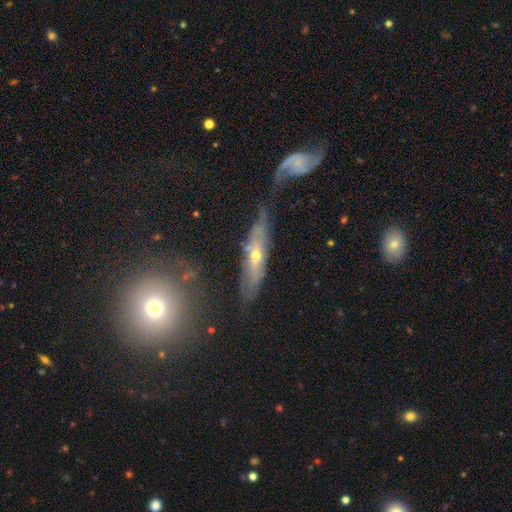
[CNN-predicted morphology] This appears to be a featured or disk galaxy (63%) viewed edge-on (51%). Merging: none (62%).